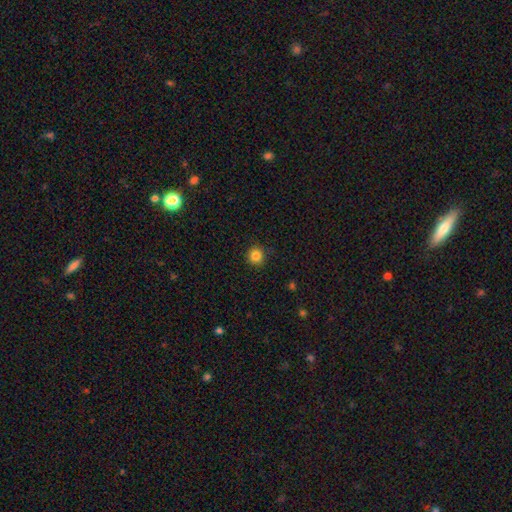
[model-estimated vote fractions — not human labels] Overall: smooth (84%). How rounded: round (93%). Merging: none (91%).